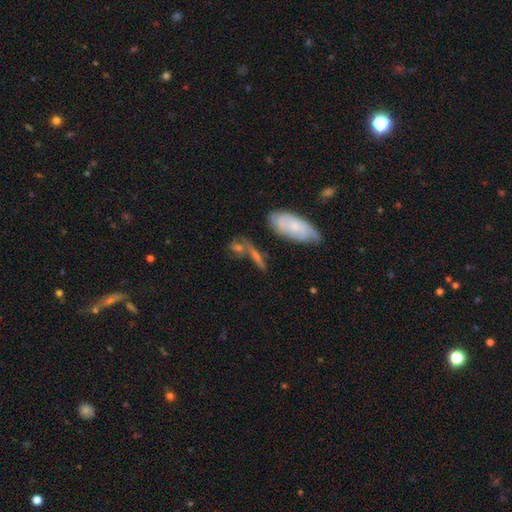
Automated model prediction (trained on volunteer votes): Q: Smooth or featured?
A: smooth (44%); runner-up: featured or disk (41%)
Q: Merging?
A: none (60%); runner-up: minor disturbance (16%)